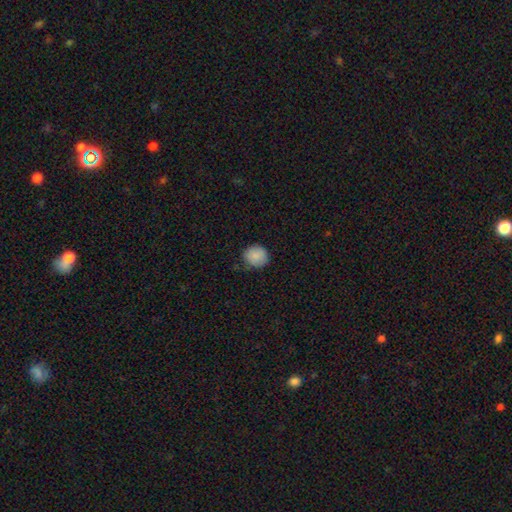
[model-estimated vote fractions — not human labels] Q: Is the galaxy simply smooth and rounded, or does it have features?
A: smooth — 88%.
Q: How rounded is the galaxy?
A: round — 85%.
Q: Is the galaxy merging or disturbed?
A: none — 77%.